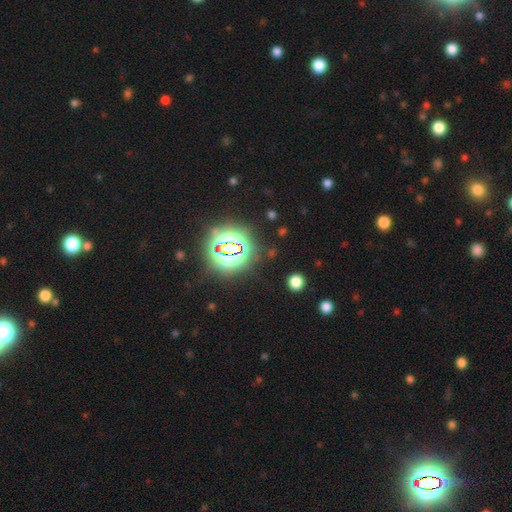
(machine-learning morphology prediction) Q: Smooth or featured?
A: star or artifact (82%); runner-up: smooth (11%)